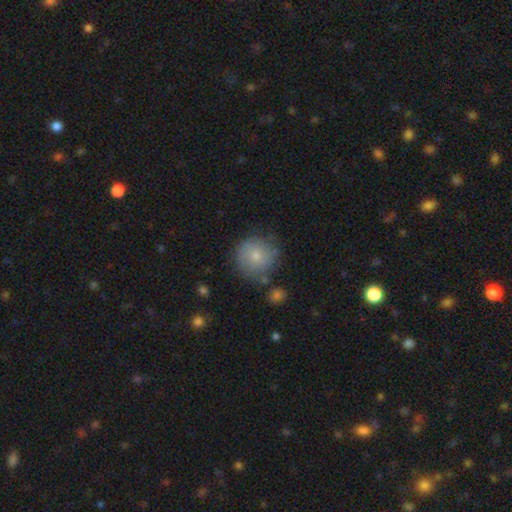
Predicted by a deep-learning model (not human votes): The model was most divided on "smooth or featured": smooth: 71%, featured or disk: 21%, star or artifact: 8%. More confident: how rounded — round (93%); merging — none (71%).